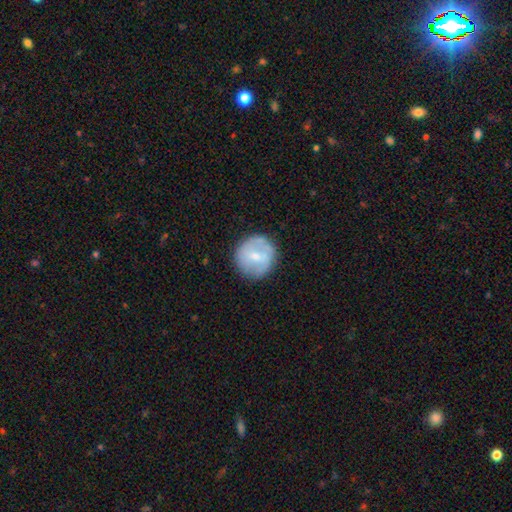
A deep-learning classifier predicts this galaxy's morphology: A smooth galaxy with no disk features (56%) that is round (91%). Merging: none (77%).